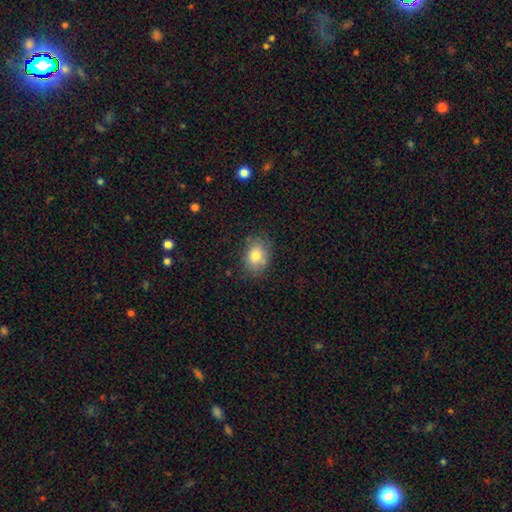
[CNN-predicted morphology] Q: Smooth or featured?
A: smooth (80%); runner-up: featured or disk (11%)
Q: How rounded?
A: in between (69%); runner-up: round (30%)
Q: Merging?
A: none (77%); runner-up: minor disturbance (17%)